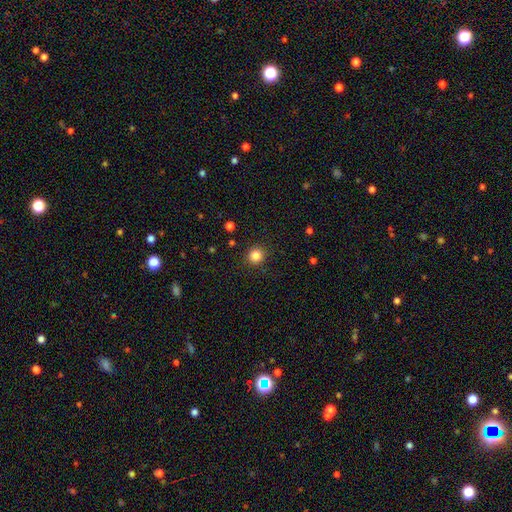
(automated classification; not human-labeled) The model was most divided on "smooth or featured": smooth: 84%, star or artifact: 12%, featured or disk: 5%. More confident: merging — none (91%); how rounded — round (90%).